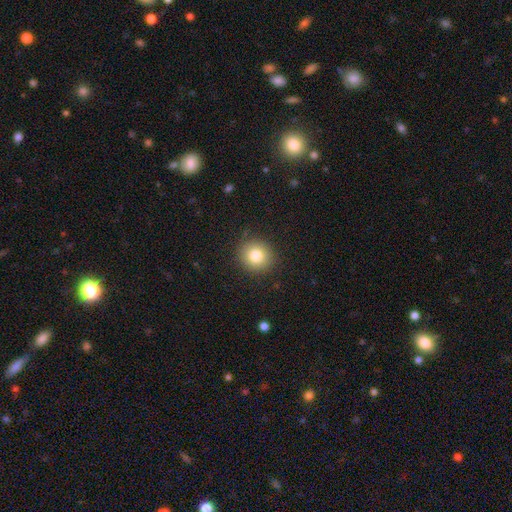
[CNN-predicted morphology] type=smooth (80%); roundness=round (90%); merging=none (89%).